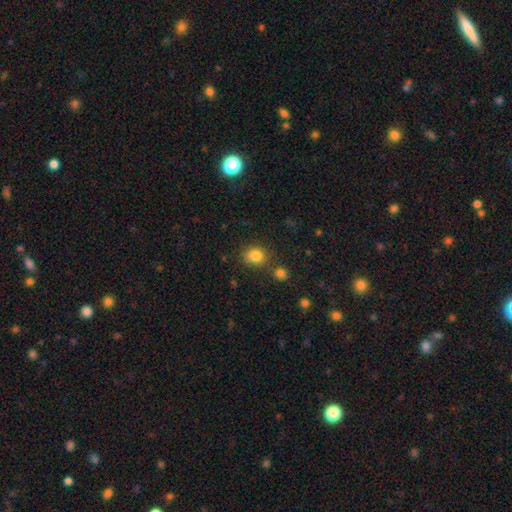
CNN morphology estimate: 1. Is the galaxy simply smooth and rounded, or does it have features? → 84% smooth, 10% star or artifact, 6% featured or disk.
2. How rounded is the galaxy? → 67% round, 32% in between, 1% cigar-shaped.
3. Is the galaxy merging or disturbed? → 73% none, 14% minor disturbance, 9% merger, 4% major disturbance.